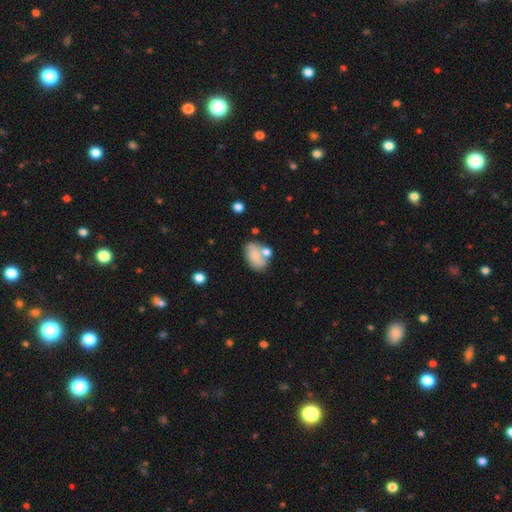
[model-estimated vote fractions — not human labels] smooth 67%, featured or disk 24%, star or artifact 9%. Down the decision tree: how rounded — in between (85%); merging — none (42%).